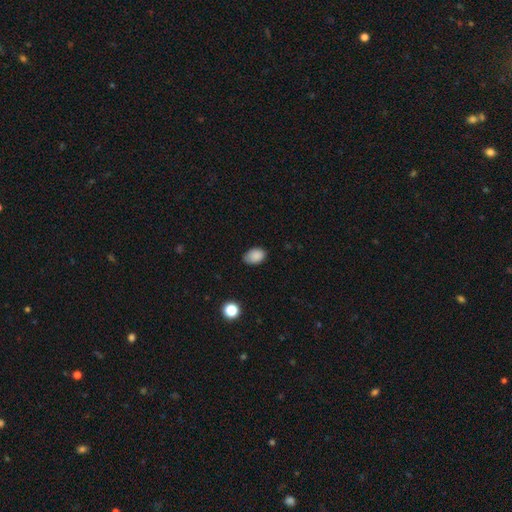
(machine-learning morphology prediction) Smooth or featured? smooth (87%)
How rounded? in between (83%)
Merging? none (74%)